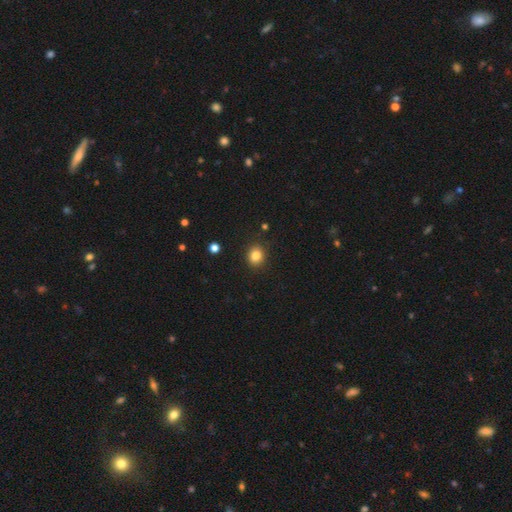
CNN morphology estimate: smooth 83%, star or artifact 11%, featured or disk 5%. Down the decision tree: how rounded — round (73%); merging — none (89%).